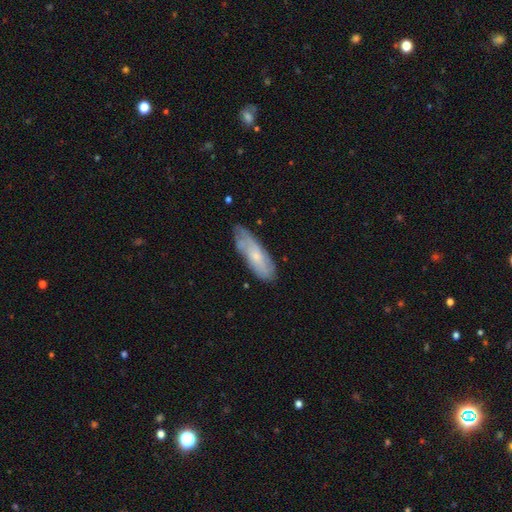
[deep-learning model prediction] Smooth or featured: featured or disk — 51% (smooth — 42%)
Edge-on disk: no — 78% (yes — 22%)
Merging: none — 64% (minor disturbance — 27%)